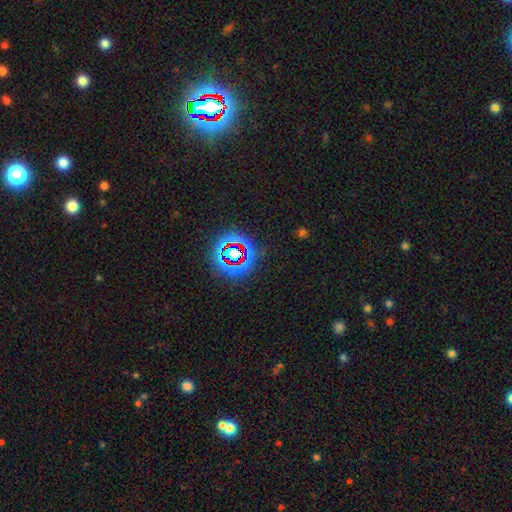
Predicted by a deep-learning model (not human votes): smooth-or-featured: star or artifact: 75% | smooth: 14% | featured or disk: 11%